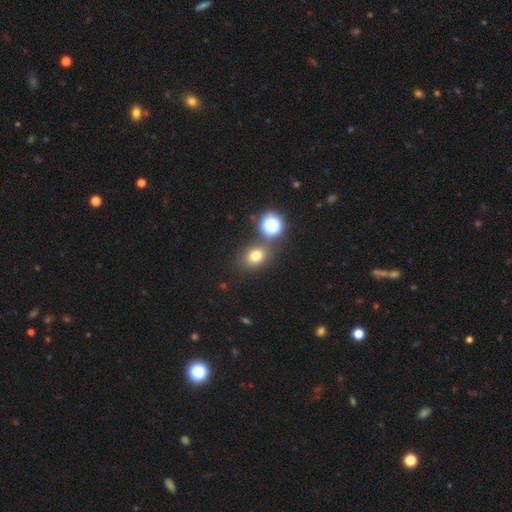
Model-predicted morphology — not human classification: type=smooth (71%); roundness=round (54%); merging=none (73%).